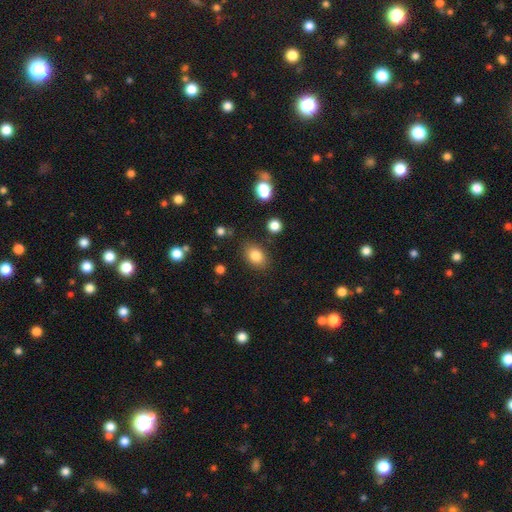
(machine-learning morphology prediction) Smooth or featured: smooth — 83% (star or artifact — 10%)
How rounded: in between — 69% (round — 30%)
Merging: none — 82% (minor disturbance — 12%)